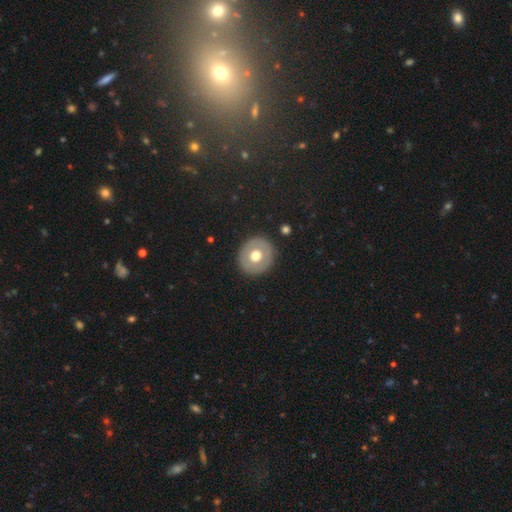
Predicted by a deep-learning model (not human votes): Smooth or featured? smooth (54%)
How rounded? round (84%)
Merging? none (89%)